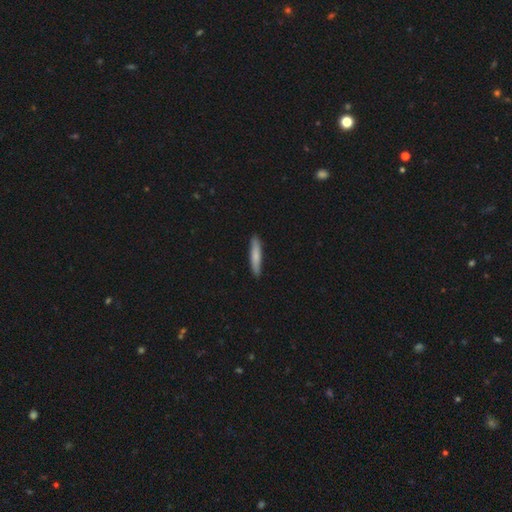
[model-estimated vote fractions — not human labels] The model was most divided on "smooth or featured": smooth: 78%, featured or disk: 16%, star or artifact: 5%. More confident: how rounded — cigar-shaped (90%); merging — none (89%).